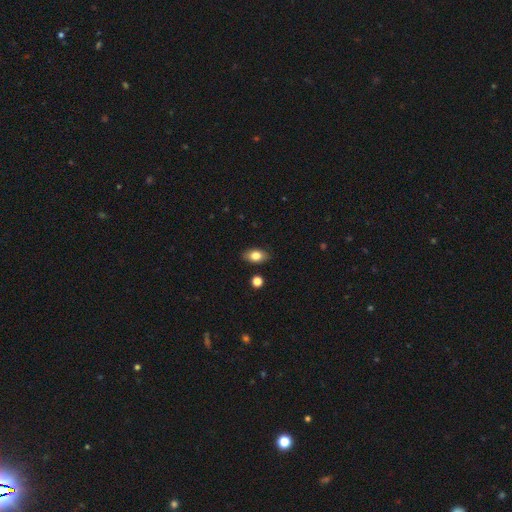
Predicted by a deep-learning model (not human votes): Q: Smooth or featured?
A: smooth (80%); runner-up: featured or disk (12%)
Q: How rounded?
A: in between (89%); runner-up: round (9%)
Q: Merging?
A: none (86%); runner-up: minor disturbance (10%)